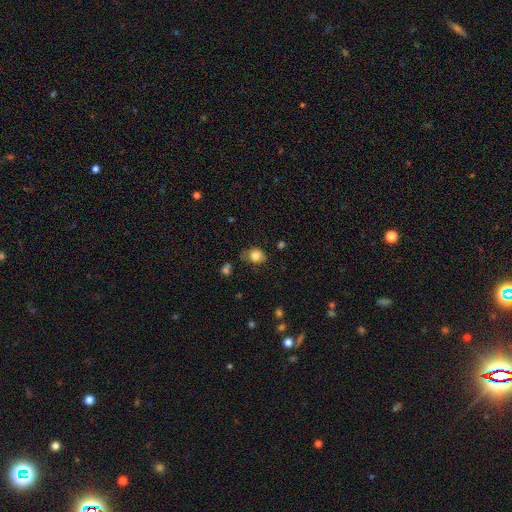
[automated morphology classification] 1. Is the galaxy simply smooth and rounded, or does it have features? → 81% smooth, 10% star or artifact, 9% featured or disk.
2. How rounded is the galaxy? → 52% round, 47% in between, 1% cigar-shaped.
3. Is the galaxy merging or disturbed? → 60% none, 28% minor disturbance, 8% major disturbance, 4% merger.